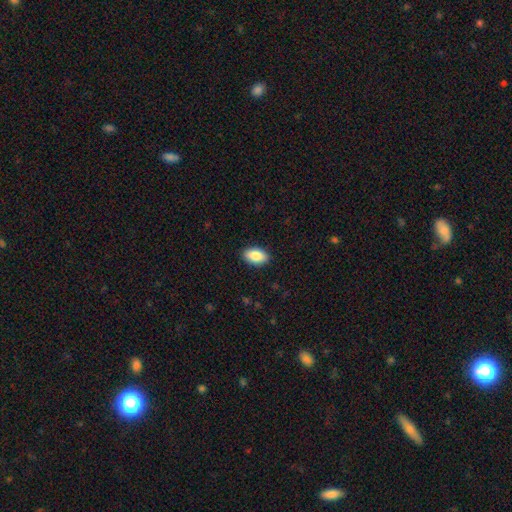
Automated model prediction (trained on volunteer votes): smooth-or-featured: smooth: 87% | star or artifact: 7% | featured or disk: 6%
  how-rounded: in between: 93% | round: 5% | cigar-shaped: 2%
  merging: none: 89% | minor disturbance: 8% | major disturbance: 2% | merger: 1%